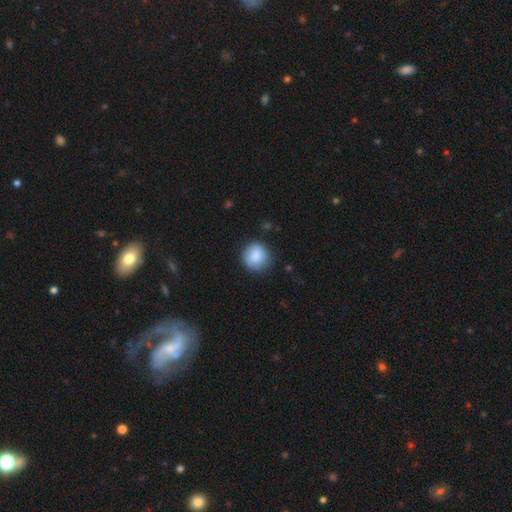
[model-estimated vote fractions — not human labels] A smooth galaxy with no disk features (84%) that is round (91%). Merging: none (80%).